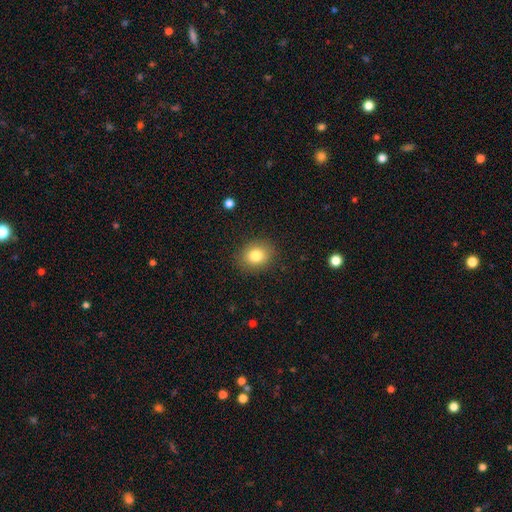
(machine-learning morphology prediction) Smooth or featured? smooth (81%)
How rounded? round (56%)
Merging? none (87%)